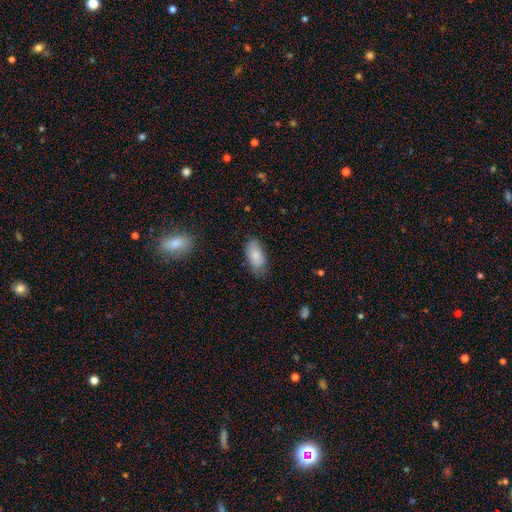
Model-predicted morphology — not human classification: smooth-or-featured: smooth: 81% | featured or disk: 12% | star or artifact: 7%
  how-rounded: in between: 93% | cigar-shaped: 4% | round: 3%
  merging: none: 70% | minor disturbance: 24% | major disturbance: 5% | merger: 2%